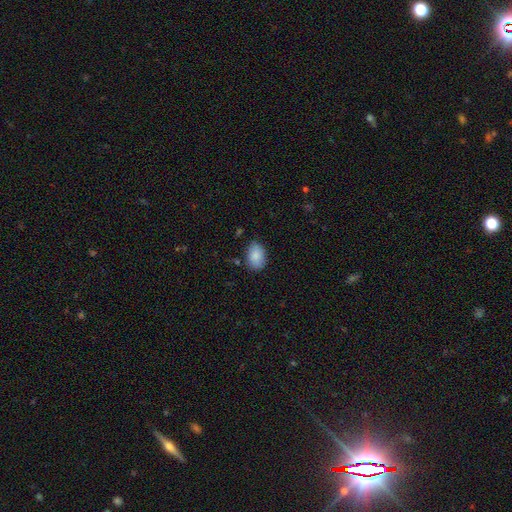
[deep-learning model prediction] Smooth or featured: smooth — 87% (star or artifact — 7%)
How rounded: in between — 84% (round — 15%)
Merging: none — 78% (minor disturbance — 17%)